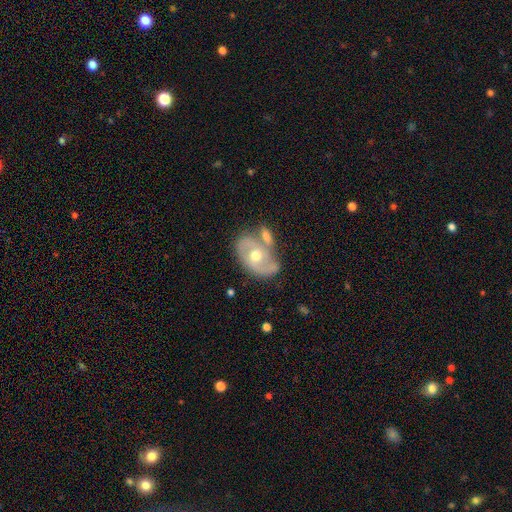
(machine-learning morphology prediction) featured or disk 71%, smooth 23%, star or artifact 6%. Down the decision tree: edge-on disk — no (95%); bar — no (66%); spiral arms — yes (69%); bulge size — moderate (78%); merging — none (47%).